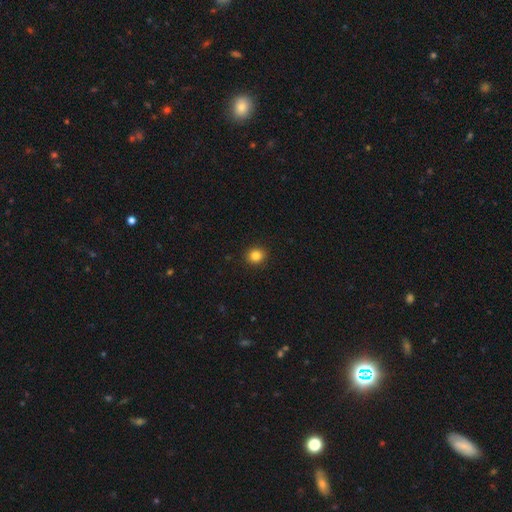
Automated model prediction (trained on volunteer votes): smooth_or_featured: smooth (p=0.84) [alt: star or artifact p=0.11]
how_rounded: round (p=0.86) [alt: in between p=0.13]
merging: none (p=0.92) [alt: minor disturbance p=0.05]